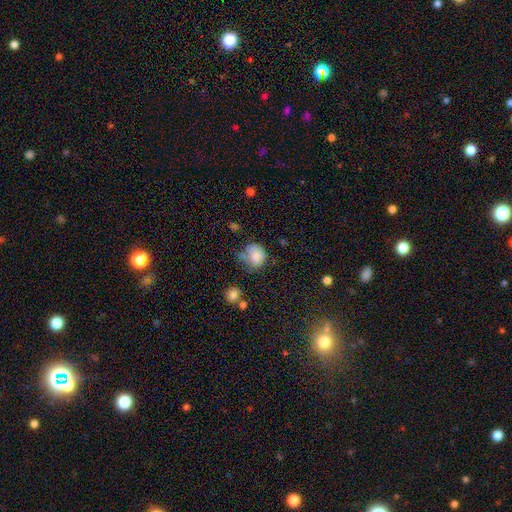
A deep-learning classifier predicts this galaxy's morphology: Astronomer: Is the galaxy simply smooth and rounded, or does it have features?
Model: smooth — 78%.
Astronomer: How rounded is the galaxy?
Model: round — 64%.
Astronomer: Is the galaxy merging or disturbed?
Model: none — 40% (runner-up: minor disturbance, 32%).